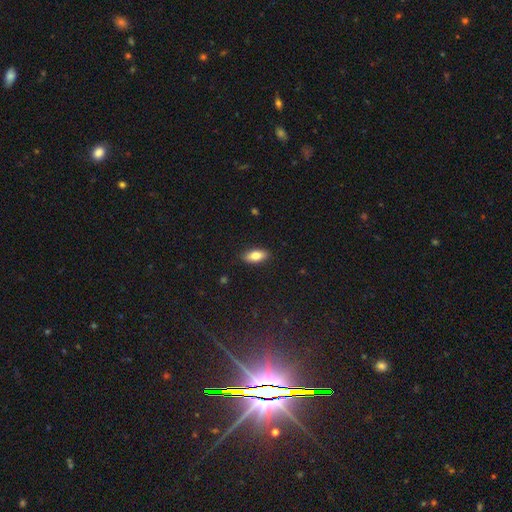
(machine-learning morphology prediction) This appears to be a smooth galaxy with no disk features (79%) that is in between round and cigar-shaped (84%). Merging: none (89%).